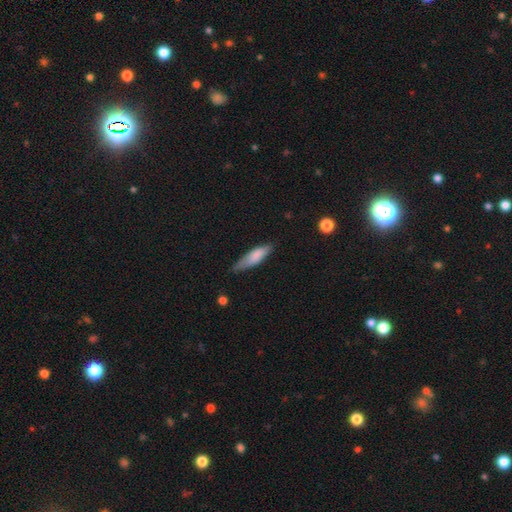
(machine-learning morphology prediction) type=smooth (77%); roundness=cigar-shaped (60%); merging=none (67%).